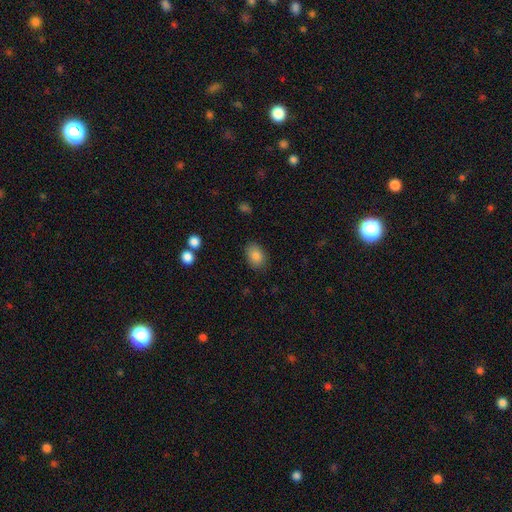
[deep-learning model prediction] Smooth or featured?
  - smooth: 84% *
  - star or artifact: 9%
  - featured or disk: 7%
How rounded?
  - in between: 76% *
  - round: 23%
  - cigar-shaped: 1%
Merging?
  - none: 85% *
  - minor disturbance: 11%
  - major disturbance: 3%
  - merger: 2%